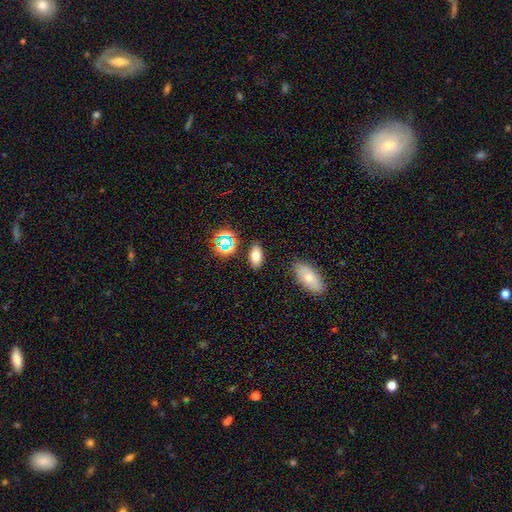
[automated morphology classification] Q: Smooth or featured?
A: smooth (74%); runner-up: star or artifact (14%)
Q: How rounded?
A: in between (90%); runner-up: round (6%)
Q: Merging?
A: none (84%); runner-up: minor disturbance (10%)